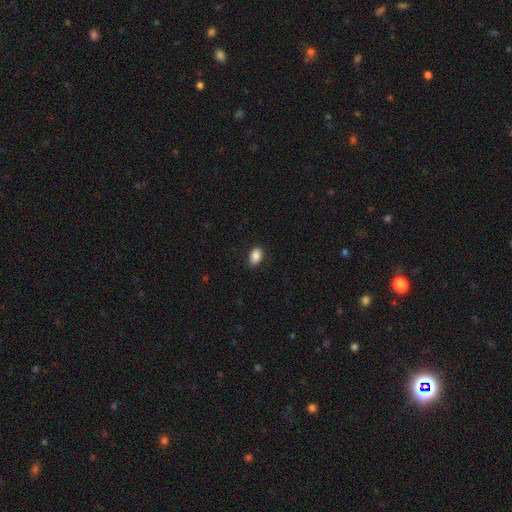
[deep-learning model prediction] Smooth or featured? smooth (87%)
How rounded? in between (84%)
Merging? none (87%)